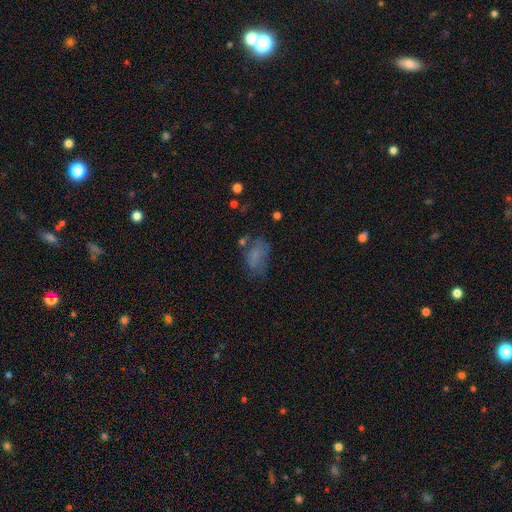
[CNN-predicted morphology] Smooth or featured?
  - smooth: 64% *
  - featured or disk: 21%
  - star or artifact: 15%
How rounded?
  - in between: 88% *
  - round: 10%
  - cigar-shaped: 2%
Merging?
  - none: 43% *
  - minor disturbance: 26%
  - major disturbance: 23%
  - merger: 7%